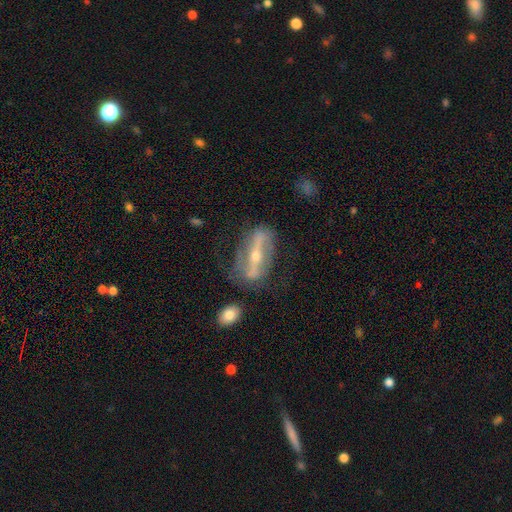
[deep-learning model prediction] The model was most divided on "bulge size": small: 53%, moderate: 43%, large: 1%, none: 1%, dominant: 1%. More confident: smooth or featured — featured or disk (81%); bar — strong (78%); edge-on disk — no (71%); merging — none (70%); spiral arms — yes (65%).